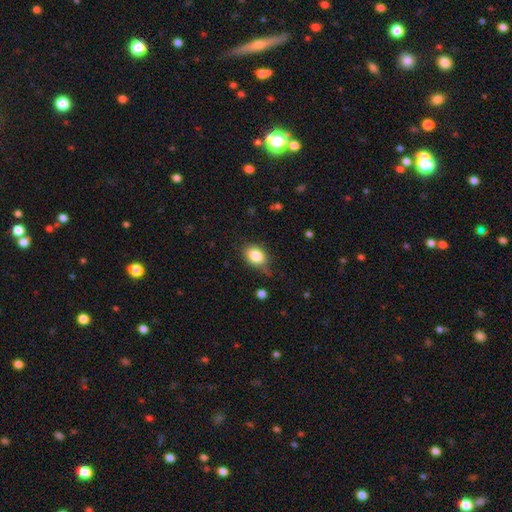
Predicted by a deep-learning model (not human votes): The model was most divided on "how rounded": in between: 67%, round: 32%, cigar-shaped: 1%. More confident: smooth or featured — smooth (83%); merging — none (69%).